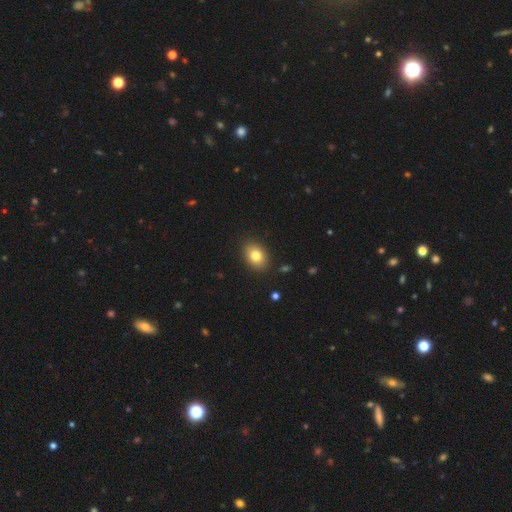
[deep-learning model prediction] Q: Smooth or featured?
A: smooth (81%); runner-up: featured or disk (9%)
Q: How rounded?
A: in between (74%); runner-up: round (24%)
Q: Merging?
A: none (88%); runner-up: minor disturbance (9%)